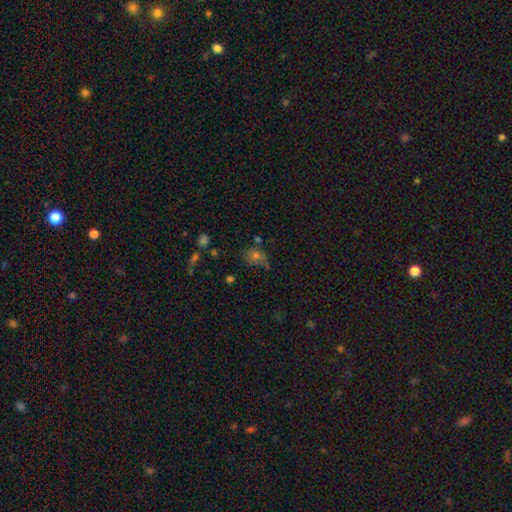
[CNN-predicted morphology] A smooth galaxy with no disk features (50%).

Vote fractions:
- Smooth or featured? smooth: 50% / star or artifact: 28% / featured or disk: 22%
- Merging? none: 51% / minor disturbance: 26% / major disturbance: 17% / merger: 6%